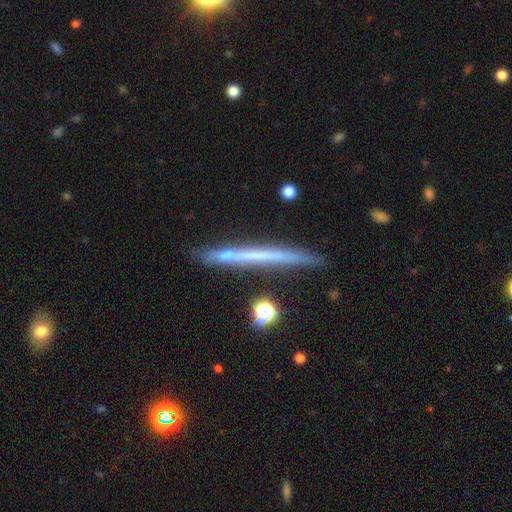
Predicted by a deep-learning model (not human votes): This appears to be a featured or disk galaxy (51%) viewed edge-on (96%). Merging: none (85%).